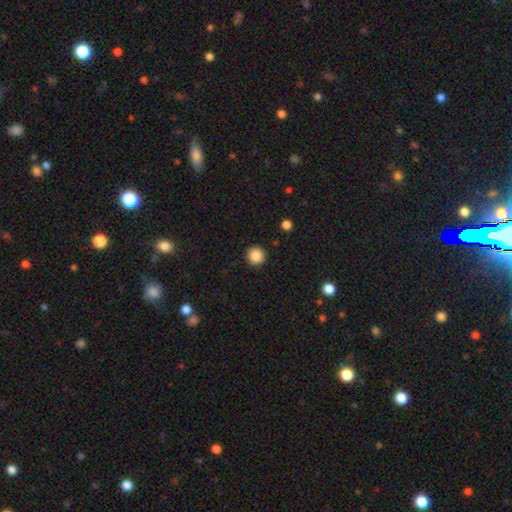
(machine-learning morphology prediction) Overall: smooth (87%). How rounded: round (96%). Merging: none (93%).